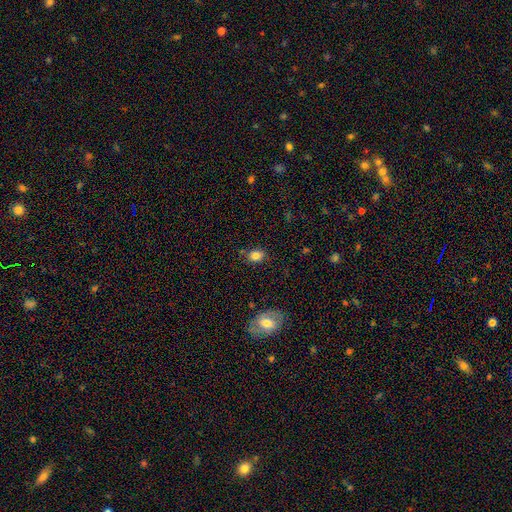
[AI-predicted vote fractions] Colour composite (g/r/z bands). It shows a smooth galaxy with no disk features (83%) that is in between round and cigar-shaped (61%). Merging: none (80%).